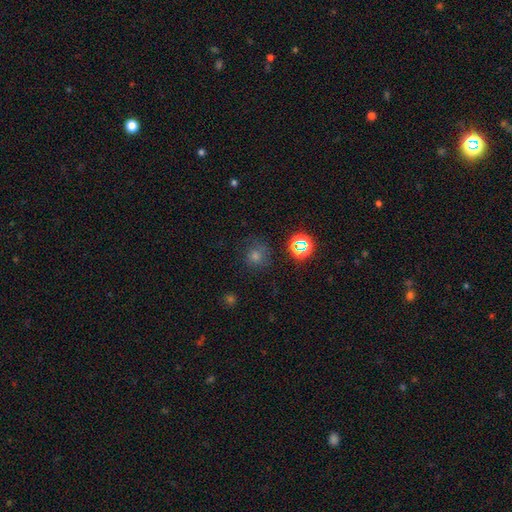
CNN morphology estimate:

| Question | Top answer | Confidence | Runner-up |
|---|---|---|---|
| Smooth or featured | smooth | 56% | star or artifact (35%) |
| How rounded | round | 88% | in between (10%) |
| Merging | none | 77% | minor disturbance (14%) |